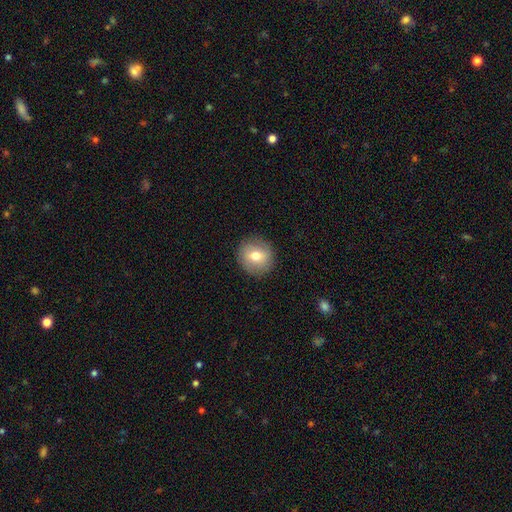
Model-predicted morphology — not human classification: Smooth or featured?
  - smooth: 70% *
  - featured or disk: 21%
  - star or artifact: 9%
How rounded?
  - round: 89% *
  - in between: 10%
  - cigar-shaped: 1%
Merging?
  - none: 88% *
  - minor disturbance: 8%
  - major disturbance: 3%
  - merger: 1%